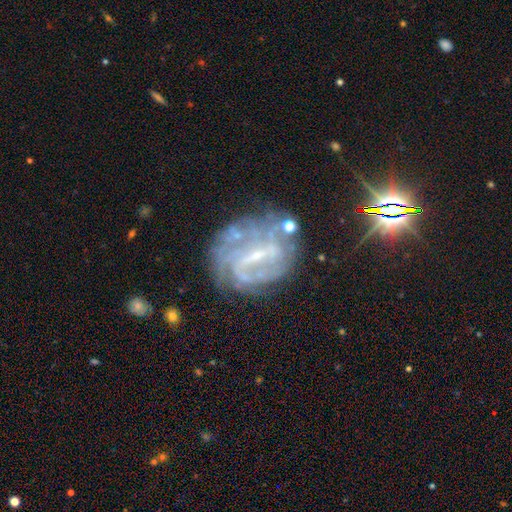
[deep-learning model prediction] This is likely a featured or disk galaxy (78%). It is clearly not viewed edge-on (96%). Bar: marginally strong (44%). Spiral arm pattern: clearly yes (80%). Spiral arm count: possibly can't tell (46%). Spiral winding: possibly tight (48%). Central bulge: likely small (69%). Merging: possibly none (59%).